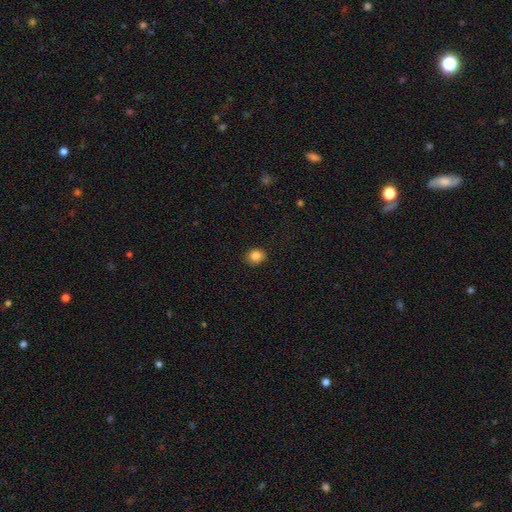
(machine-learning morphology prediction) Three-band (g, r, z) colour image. It shows a smooth galaxy with no disk features (85%) that is round (68%). Merging: none (89%).